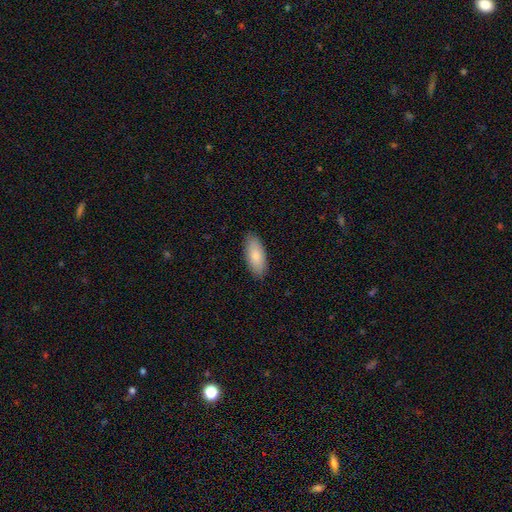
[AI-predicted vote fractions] Smooth or featured? Predicted: smooth (p=0.84). How rounded? Predicted: in between (p=0.89). Merging? Predicted: none (p=0.87).